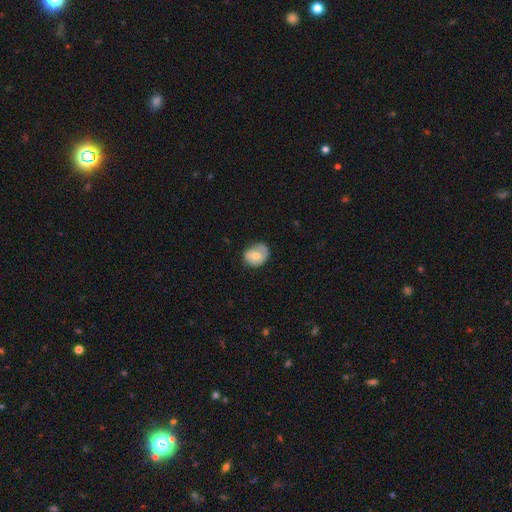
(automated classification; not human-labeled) smooth-or-featured: smooth: 64% | featured or disk: 29% | star or artifact: 7%
  how-rounded: round: 55% | in between: 44% | cigar-shaped: 1%
  merging: none: 66% | minor disturbance: 27% | major disturbance: 6% | merger: 1%